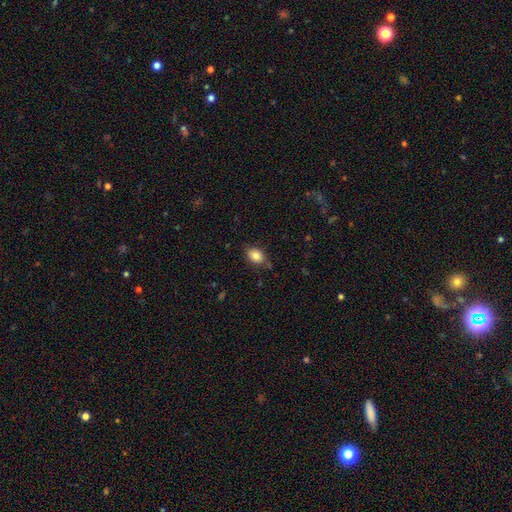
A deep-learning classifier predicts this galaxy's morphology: Smooth or featured? smooth (82%)
How rounded? in between (74%)
Merging? none (80%)